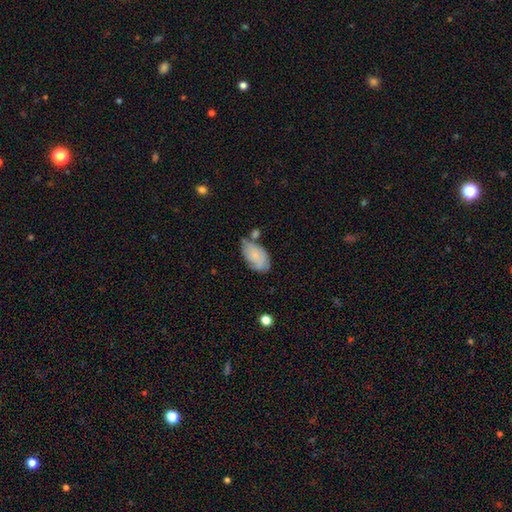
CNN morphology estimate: A smooth galaxy with no disk features (71%) that is in between round and cigar-shaped (93%).

Vote fractions:
- Smooth or featured? smooth: 71% / featured or disk: 22% / star or artifact: 7%
- How rounded? in between: 93% / round: 4% / cigar-shaped: 2%
- Merging? none: 51% / minor disturbance: 29% / merger: 12% / major disturbance: 8%